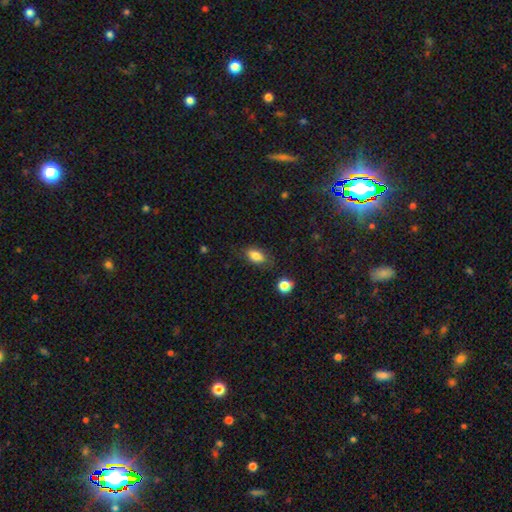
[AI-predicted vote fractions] The model was most divided on "merging": none: 74%, minor disturbance: 18%, major disturbance: 5%, merger: 2%. More confident: how rounded — in between (87%); smooth or featured — smooth (82%).